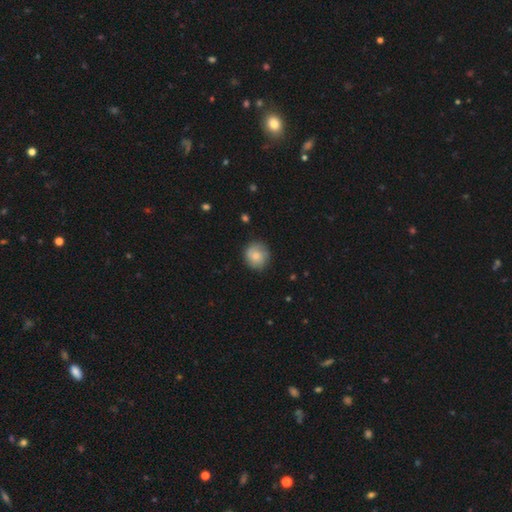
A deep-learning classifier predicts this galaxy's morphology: smooth-or-featured: smooth: 68% | featured or disk: 25% | star or artifact: 7%
  how-rounded: round: 88% | in between: 11% | cigar-shaped: 1%
  merging: none: 78% | minor disturbance: 16% | major disturbance: 4% | merger: 1%